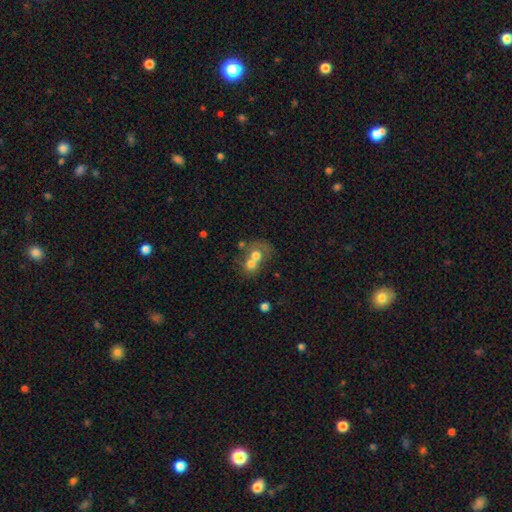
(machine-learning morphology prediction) A smooth galaxy with no disk features (58%) that is round (62%).

Vote fractions:
- Smooth or featured? smooth: 58% / featured or disk: 31% / star or artifact: 11%
- How rounded? round: 62% / in between: 37% / cigar-shaped: 1%
- Merging? merger: 73% / none: 16% / major disturbance: 6% / minor disturbance: 6%